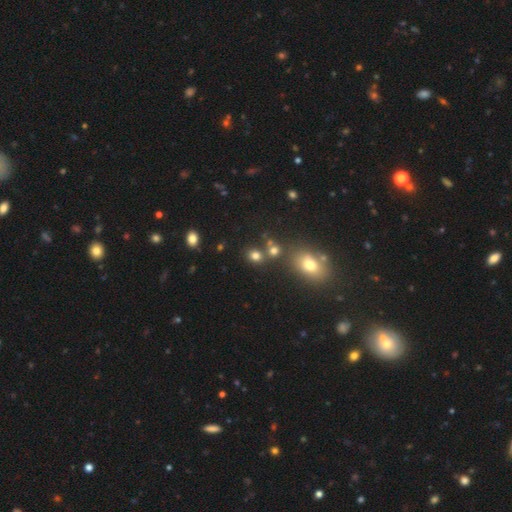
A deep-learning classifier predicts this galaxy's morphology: Smooth or featured?
  - smooth: 75% *
  - star or artifact: 17%
  - featured or disk: 8%
How rounded?
  - round: 69% *
  - in between: 30%
  - cigar-shaped: 1%
Merging?
  - none: 66% *
  - merger: 20%
  - minor disturbance: 10%
  - major disturbance: 4%